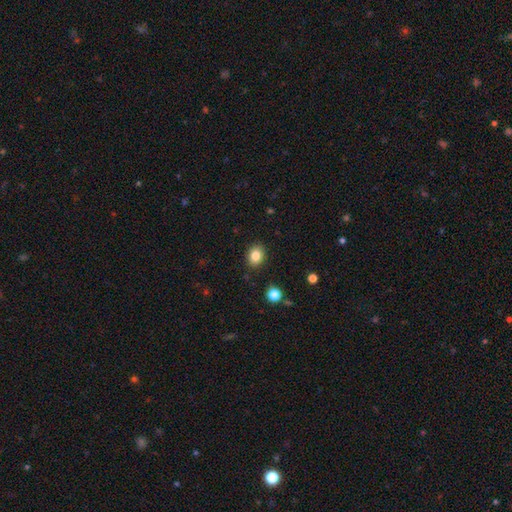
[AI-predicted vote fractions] Morphology: type=smooth (84%); roundness=round (51%); merging=none (89%).